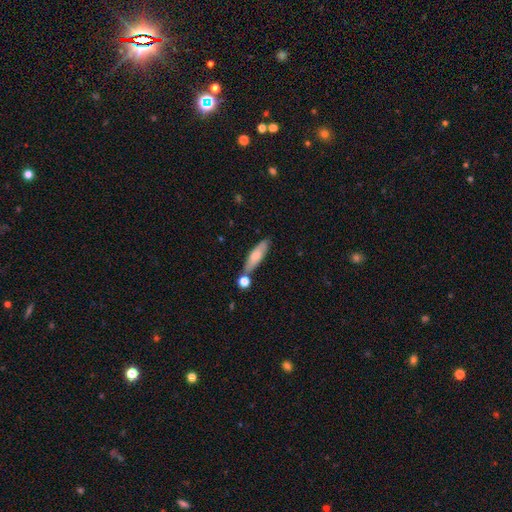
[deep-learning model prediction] Morphology: type=smooth (64%); roundness=cigar-shaped (63%); merging=none (67%).